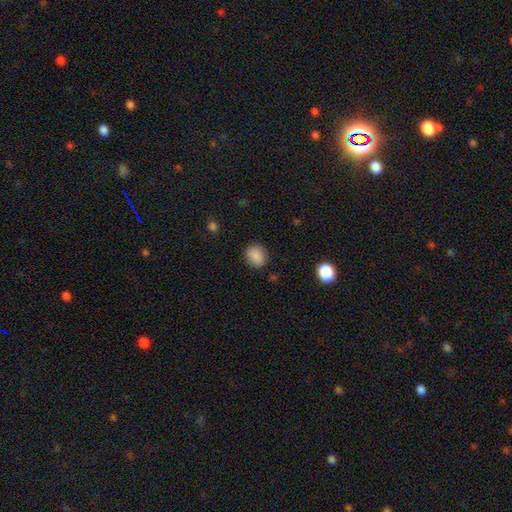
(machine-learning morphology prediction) A smooth galaxy with no disk features (87%) that is round (61%). Merging: none (85%).